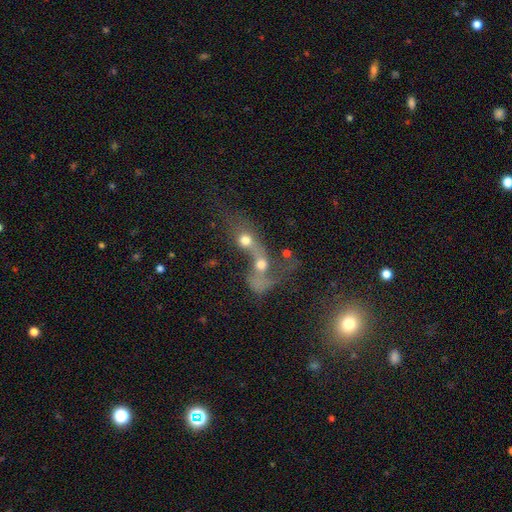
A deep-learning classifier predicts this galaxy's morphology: smooth-or-featured: smooth: 40% | star or artifact: 35% | featured or disk: 25%
  merging: merger: 39% (tied) | none: 39% (tied) | major disturbance: 11% | minor disturbance: 11%